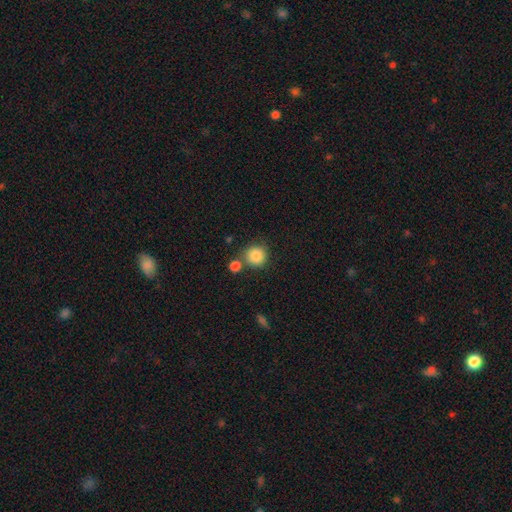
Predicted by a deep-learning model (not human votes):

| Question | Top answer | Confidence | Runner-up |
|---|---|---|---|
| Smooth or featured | smooth | 86% | star or artifact (9%) |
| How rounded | round | 91% | in between (8%) |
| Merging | none | 69% | merger (17%) |